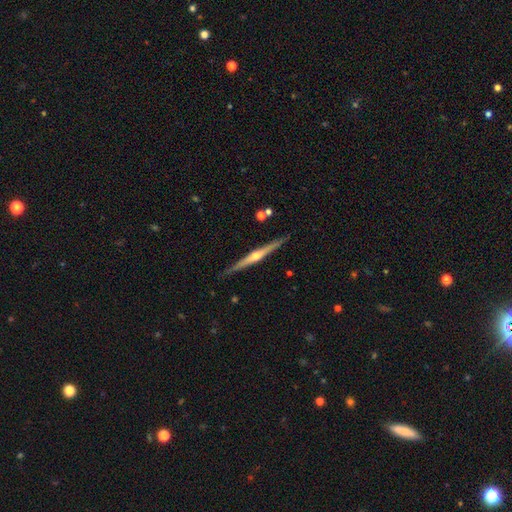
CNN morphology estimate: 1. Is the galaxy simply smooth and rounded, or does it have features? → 80% featured or disk, 15% smooth, 5% star or artifact.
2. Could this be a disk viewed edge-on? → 98% yes, 2% no.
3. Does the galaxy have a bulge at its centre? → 88% rounded, 8% none, 3% boxy.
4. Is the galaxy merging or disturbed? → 90% none, 8% minor disturbance, 1% merger, 1% major disturbance.